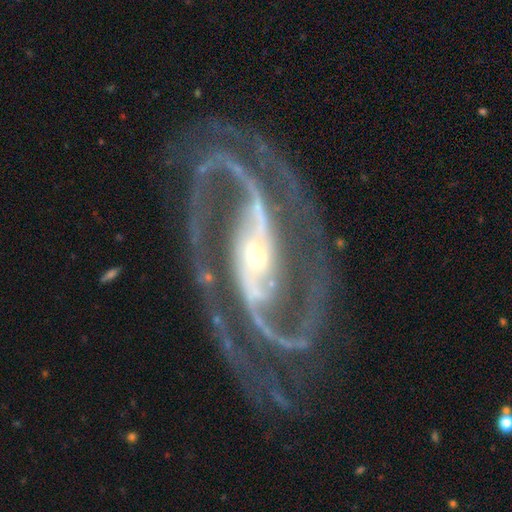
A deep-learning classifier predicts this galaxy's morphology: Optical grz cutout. It shows a featured or disk galaxy (94%) with a strong bar (63%), 2 (86%) medium (58%) spiral arms (99%) and a small central bulge (65%). Merging: none (77%).